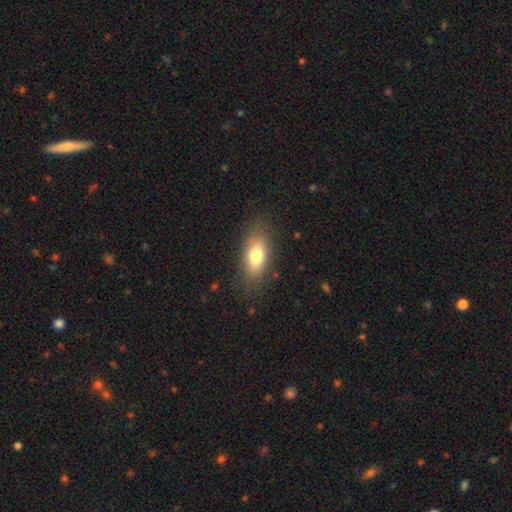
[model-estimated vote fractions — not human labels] smooth_or_featured: smooth (p=0.75) [alt: featured or disk p=0.16]
how_rounded: in between (p=0.85) [alt: cigar-shaped p=0.08]
merging: none (p=0.81) [alt: minor disturbance p=0.13]